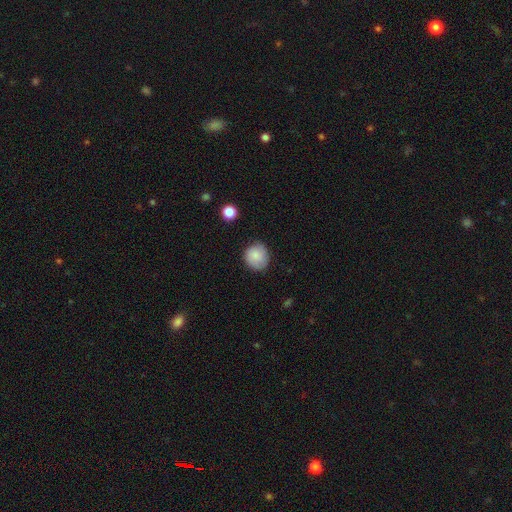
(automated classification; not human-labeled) The model was most divided on "merging": none: 79%, minor disturbance: 17%, major disturbance: 3%, merger: 1%. More confident: how rounded — round (85%); smooth or featured — smooth (83%).